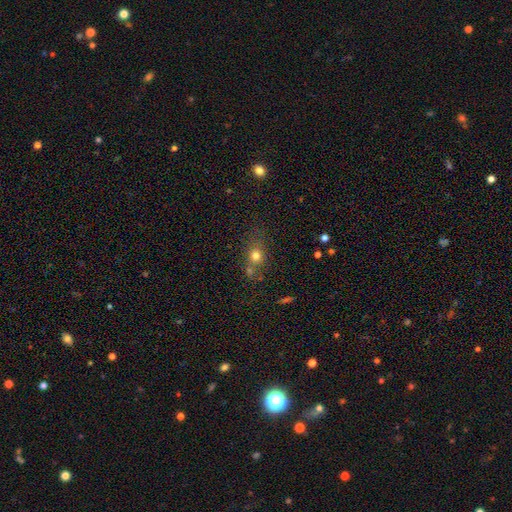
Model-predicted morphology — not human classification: smooth 71%, star or artifact 16%, featured or disk 13%. Down the decision tree: how rounded — round (63%); merging — none (53%).